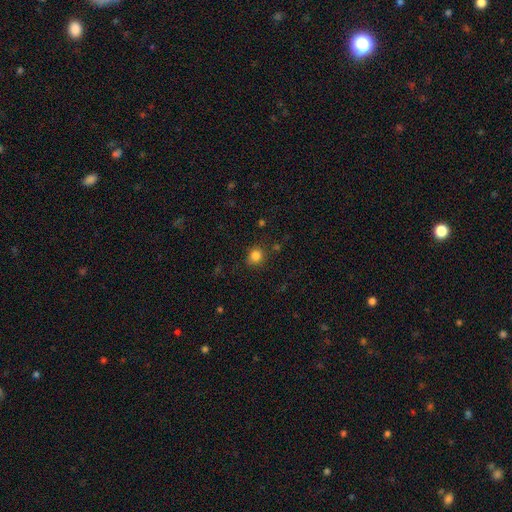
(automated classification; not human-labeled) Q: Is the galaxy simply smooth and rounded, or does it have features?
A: smooth — 83%.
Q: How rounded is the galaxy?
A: round — 79%.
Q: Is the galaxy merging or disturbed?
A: none — 83%.